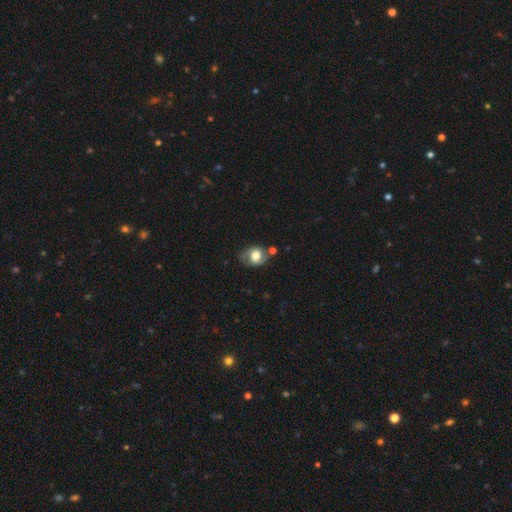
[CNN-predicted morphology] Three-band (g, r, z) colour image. It shows a smooth galaxy with no disk features (54%) that is in between round and cigar-shaped (62%). Merging: none (54%).